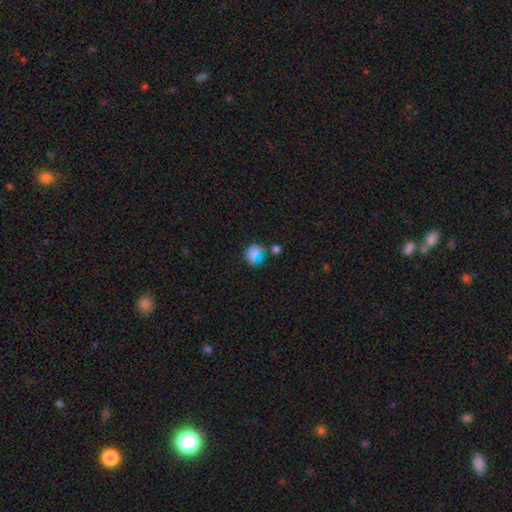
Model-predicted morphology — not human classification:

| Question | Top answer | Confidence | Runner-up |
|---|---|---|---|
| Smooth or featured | smooth | 68% | star or artifact (21%) |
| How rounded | round | 76% | in between (22%) |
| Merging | none | 64% | minor disturbance (16%) |